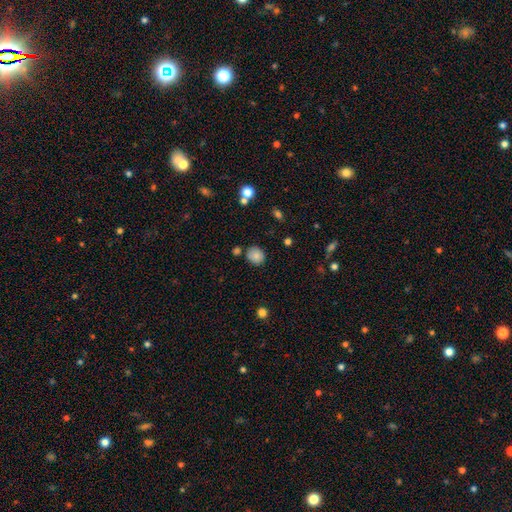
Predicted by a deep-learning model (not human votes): Smooth or featured? Predicted: smooth (p=0.83). How rounded? Predicted: round (p=0.75). Merging? Predicted: none (p=0.79).